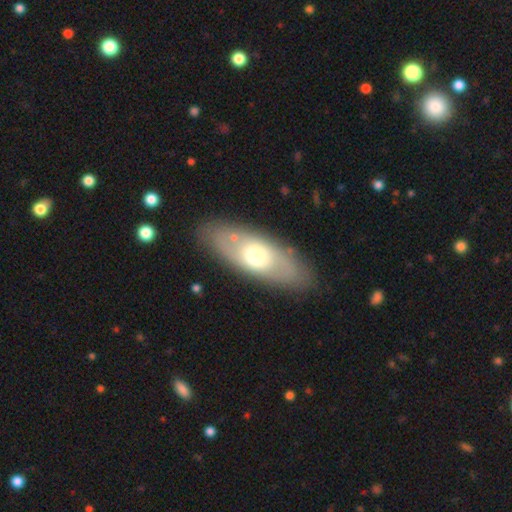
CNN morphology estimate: A smooth galaxy with no disk features (48%).

Vote fractions:
- Smooth or featured? smooth: 48% / featured or disk: 46% / star or artifact: 6%
- Merging? none: 82% / minor disturbance: 11% / major disturbance: 4% / merger: 2%